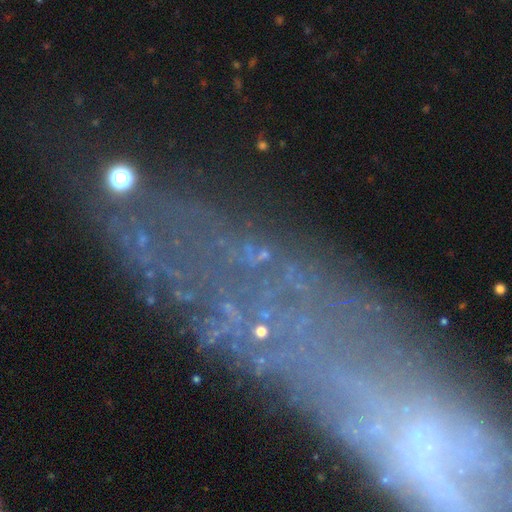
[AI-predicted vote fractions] A star or artifact, not a galaxy (52%).

Vote fractions:
- Smooth or featured? star or artifact: 52% / featured or disk: 32% / smooth: 16%